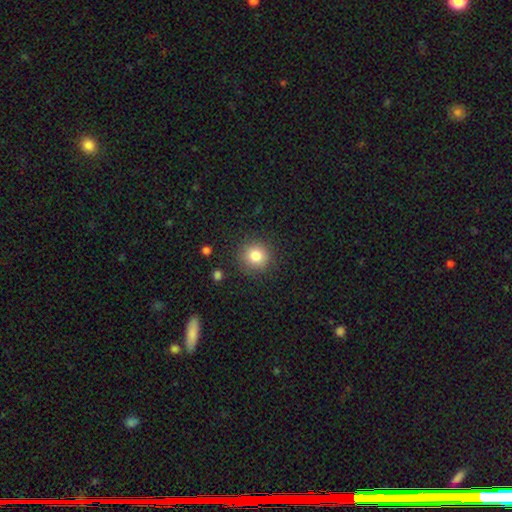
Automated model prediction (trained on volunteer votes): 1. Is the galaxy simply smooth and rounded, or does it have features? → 83% smooth, 11% star or artifact, 7% featured or disk.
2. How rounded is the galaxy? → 91% round, 8% in between, 1% cigar-shaped.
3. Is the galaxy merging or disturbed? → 88% none, 8% minor disturbance, 3% major disturbance, 2% merger.